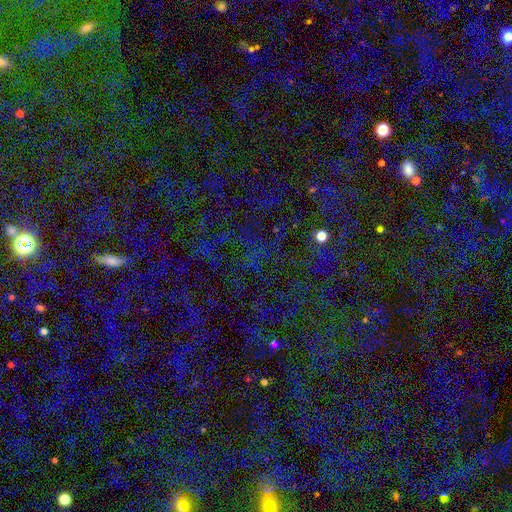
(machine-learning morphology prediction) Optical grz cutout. It shows a star or artifact, not a galaxy (70%).